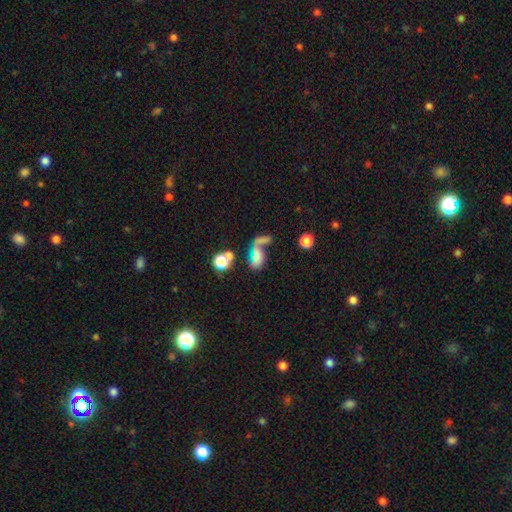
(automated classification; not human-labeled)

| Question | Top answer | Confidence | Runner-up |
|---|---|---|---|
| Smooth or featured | smooth | 55% | featured or disk (28%) |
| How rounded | in between | 72% | round (17%) |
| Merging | merger | 41% | major disturbance (24%) |